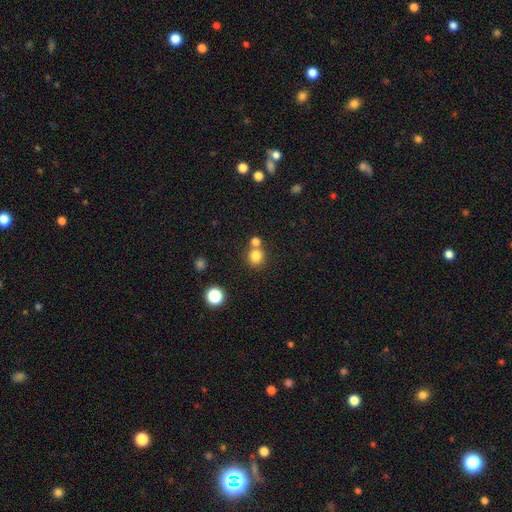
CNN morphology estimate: Overall: smooth (80%). How rounded: round (87%). Merging: none (63%; merger 27%).